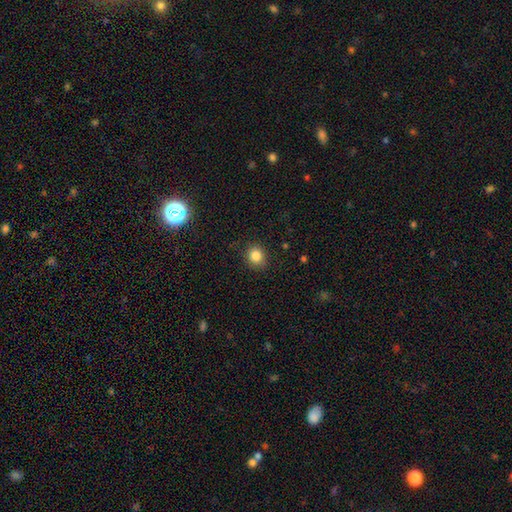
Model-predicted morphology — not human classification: A smooth galaxy with no disk features (84%) that is round (74%). Merging: none (86%).